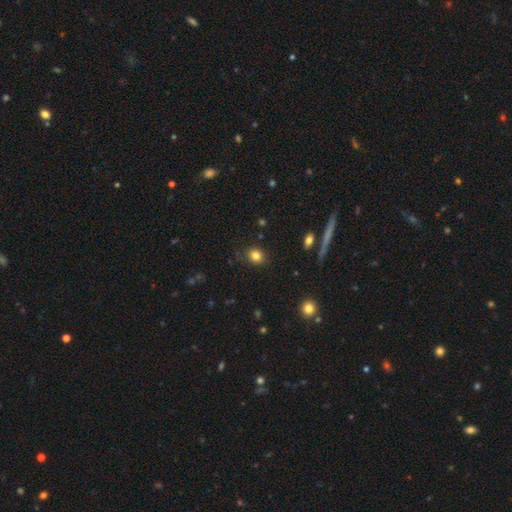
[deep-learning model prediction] Smooth or featured? smooth (83%)
How rounded? round (72%)
Merging? none (86%)